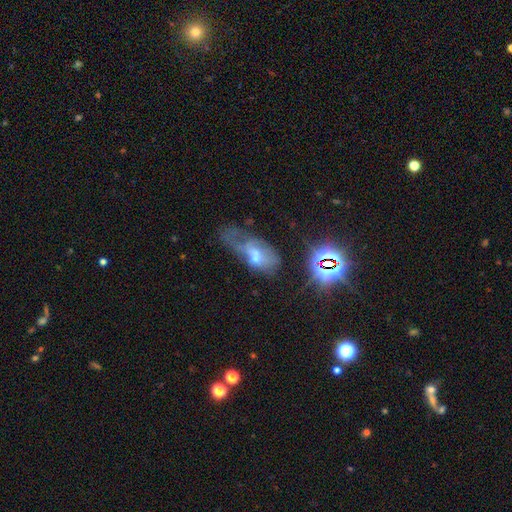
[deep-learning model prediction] The model was most divided on "smooth or featured" (2-way tie): smooth: 42%, featured or disk: 42%, star or artifact: 16%. Remaining: merging — major disturbance (36%).